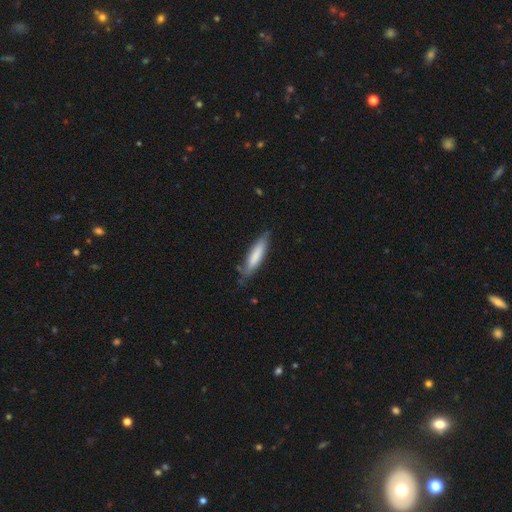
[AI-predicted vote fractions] Smooth or featured? smooth (74%)
How rounded? cigar-shaped (79%)
Merging? none (75%)